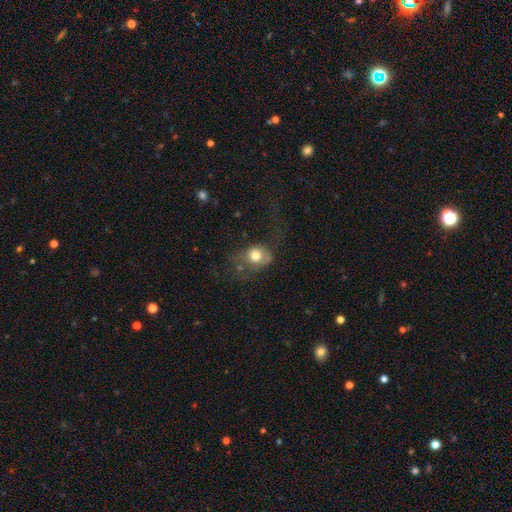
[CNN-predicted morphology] A smooth galaxy with no disk features (70%) that is round (60%).

Vote fractions:
- Smooth or featured? smooth: 70% / featured or disk: 20% / star or artifact: 10%
- How rounded? round: 60% / in between: 38% / cigar-shaped: 1%
- Merging? major disturbance: 40% / none: 32% / minor disturbance: 24% / merger: 4%